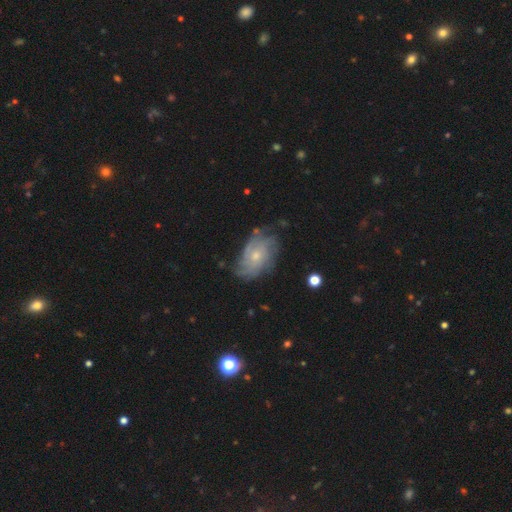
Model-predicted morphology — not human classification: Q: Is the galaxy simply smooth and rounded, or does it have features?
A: featured or disk — 76%.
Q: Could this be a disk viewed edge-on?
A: no — 96%.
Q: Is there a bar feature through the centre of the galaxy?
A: no — 78%.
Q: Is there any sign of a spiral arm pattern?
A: yes — 89%.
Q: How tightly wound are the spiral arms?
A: tight — 52%.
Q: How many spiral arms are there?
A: can't tell — 46%.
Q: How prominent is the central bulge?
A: small — 58%.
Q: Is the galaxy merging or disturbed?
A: none — 65%.